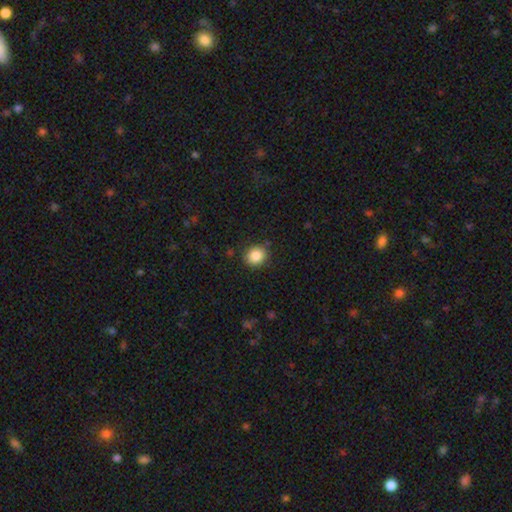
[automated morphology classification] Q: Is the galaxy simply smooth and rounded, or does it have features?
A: smooth — 86%.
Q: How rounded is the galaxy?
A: round — 78%.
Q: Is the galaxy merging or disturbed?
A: none — 86%.